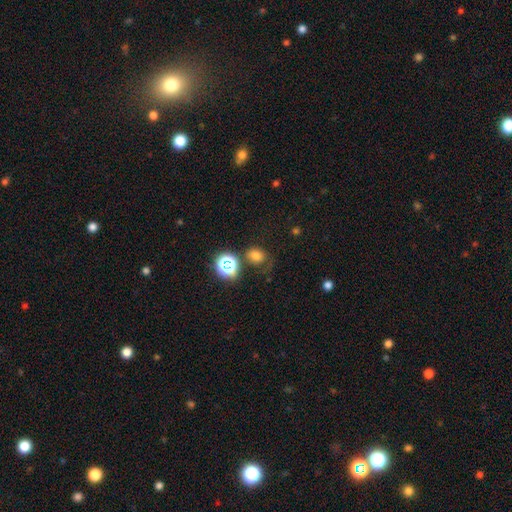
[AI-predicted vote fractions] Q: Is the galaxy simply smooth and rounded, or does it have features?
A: smooth — 70%.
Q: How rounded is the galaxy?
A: round — 53%.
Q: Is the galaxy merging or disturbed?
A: none — 62%.